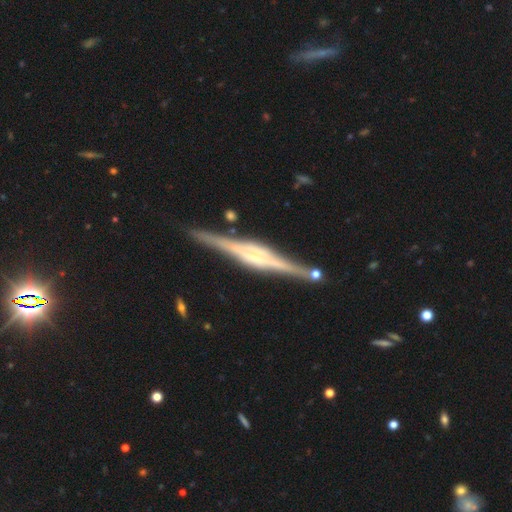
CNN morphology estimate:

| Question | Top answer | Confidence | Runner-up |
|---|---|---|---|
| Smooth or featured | featured or disk | 87% | smooth (8%) |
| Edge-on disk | yes | 98% | no (2%) |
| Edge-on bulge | boxy | 50% | rounded (44%) |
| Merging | none | 86% | minor disturbance (9%) |